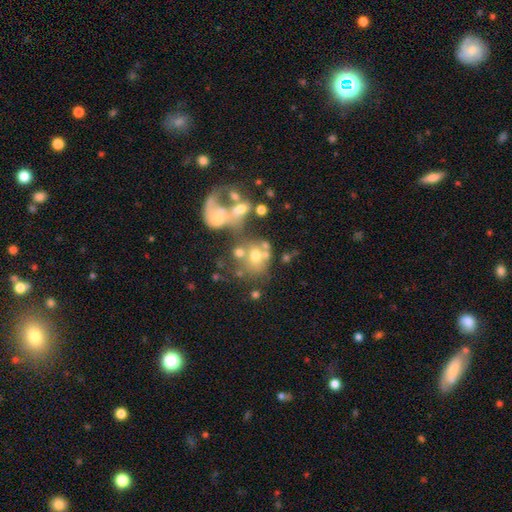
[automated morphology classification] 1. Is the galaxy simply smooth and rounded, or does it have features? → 47% smooth, 36% featured or disk, 17% star or artifact.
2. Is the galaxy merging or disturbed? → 48% merger, 25% none, 17% major disturbance, 10% minor disturbance.